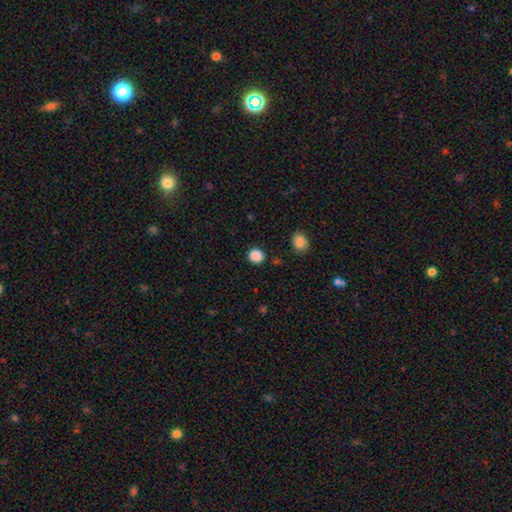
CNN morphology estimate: Smooth or featured?
  - smooth: 87% *
  - star or artifact: 10%
  - featured or disk: 3%
How rounded?
  - round: 87% *
  - in between: 12%
  - cigar-shaped: 1%
Merging?
  - none: 88% *
  - minor disturbance: 7%
  - major disturbance: 3%
  - merger: 2%